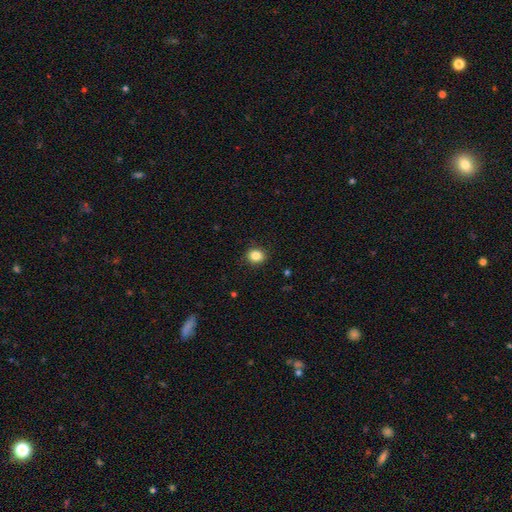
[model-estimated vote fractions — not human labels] Smooth or featured? Predicted: smooth (p=0.85). How rounded? Predicted: round (p=0.66). Merging? Predicted: none (p=0.88).